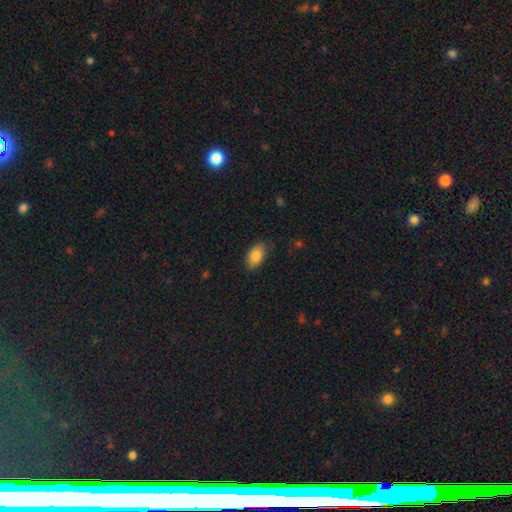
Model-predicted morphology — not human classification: A smooth galaxy with no disk features (85%) that is in between round and cigar-shaped (92%).

Vote fractions:
- Smooth or featured? smooth: 85% / featured or disk: 7% / star or artifact: 7%
- How rounded? in between: 92% / round: 6% / cigar-shaped: 2%
- Merging? none: 79% / minor disturbance: 16% / major disturbance: 3% / merger: 1%